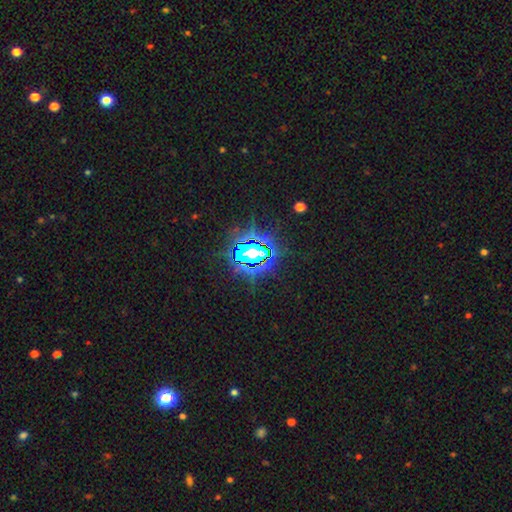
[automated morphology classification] The model was most divided on "smooth or featured": star or artifact: 73%, smooth: 15%, featured or disk: 12%.